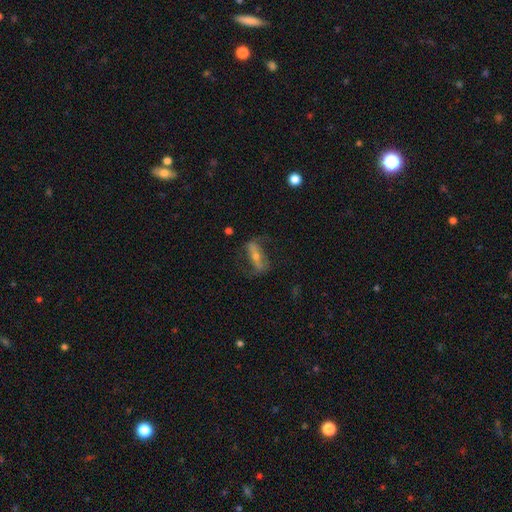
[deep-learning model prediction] This is likely a featured or disk galaxy (66%). It is likely not viewed edge-on (69%). Merging: likely none (65%).